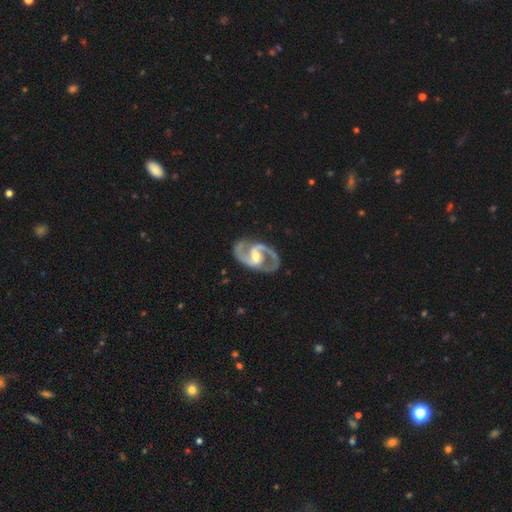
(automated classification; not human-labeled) Smooth or featured: featured or disk — 93% (smooth — 4%)
Edge-on disk: no — 98% (yes — 2%)
Bar: weak — 46% (strong — 30%)
Spiral arms: yes — 97% (no — 3%)
Spiral winding: medium — 65% (tight — 21%)
Spiral arm count: 2 — 94% (can't tell — 2%)
Bulge size: moderate — 66% (small — 27%)
Merging: none — 82% (minor disturbance — 12%)